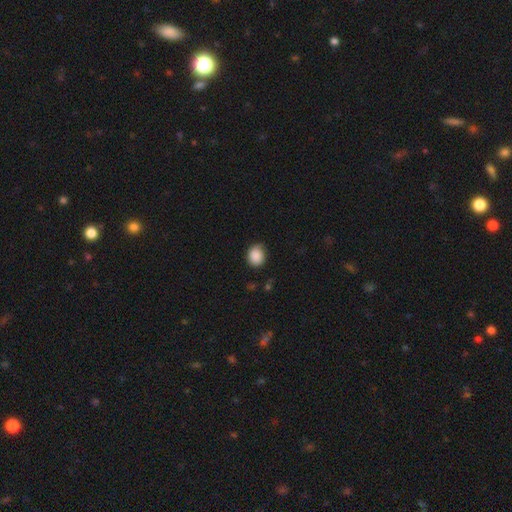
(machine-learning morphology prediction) Smooth or featured? smooth (87%)
How rounded? round (68%)
Merging? none (72%)